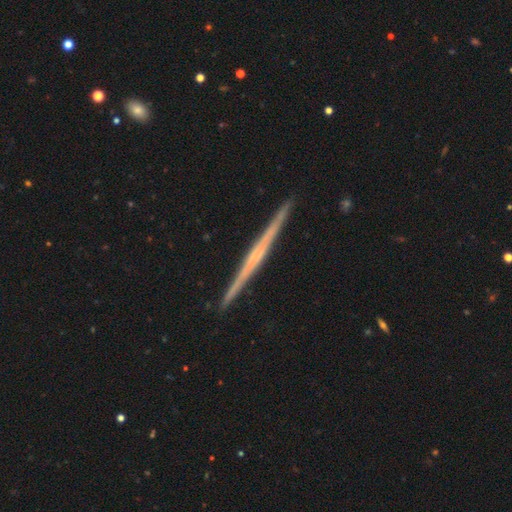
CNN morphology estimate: This is clearly a featured or disk galaxy (80%). It is clearly viewed edge-on (99%). Edge-on bulge: possibly none (50%). Merging: clearly none (93%).